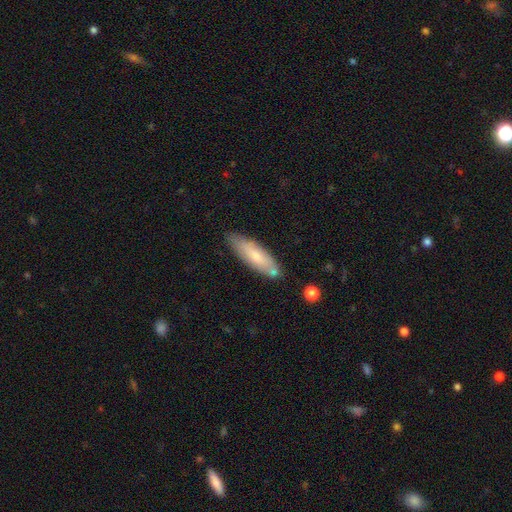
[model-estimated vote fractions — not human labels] smooth 70%, featured or disk 25%, star or artifact 6%. Down the decision tree: how rounded — cigar-shaped (56%); merging — none (74%).